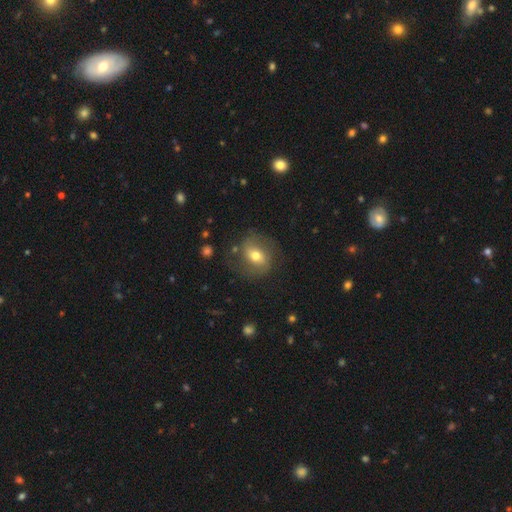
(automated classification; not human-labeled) Q: Smooth or featured?
A: featured or disk (47%); runner-up: smooth (44%)
Q: Merging?
A: none (69%); runner-up: minor disturbance (18%)